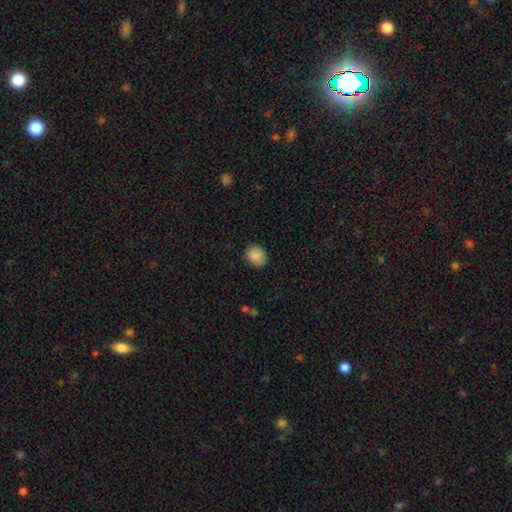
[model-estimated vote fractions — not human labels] This appears to be a smooth galaxy with no disk features (88%) that is round (51%). Merging: none (88%).